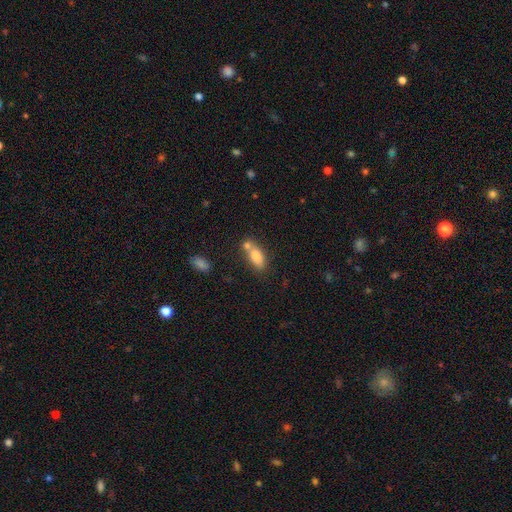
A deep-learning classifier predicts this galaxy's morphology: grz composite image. It shows a smooth galaxy with no disk features (81%) that is in between round and cigar-shaped (82%). Merging: none (49%).